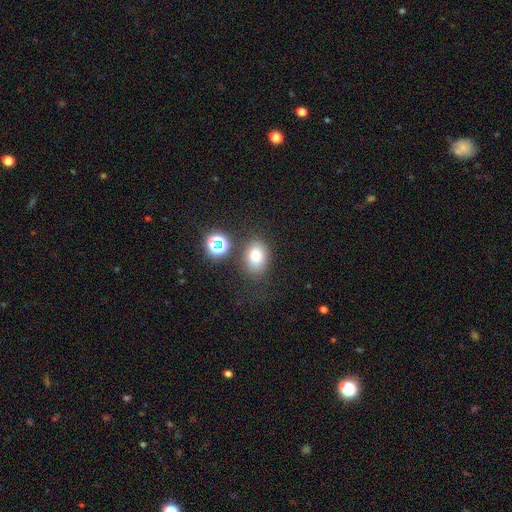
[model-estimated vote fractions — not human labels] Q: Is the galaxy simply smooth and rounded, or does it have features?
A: smooth — 74%.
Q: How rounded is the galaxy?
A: in between — 68%.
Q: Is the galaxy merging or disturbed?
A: none — 76%.